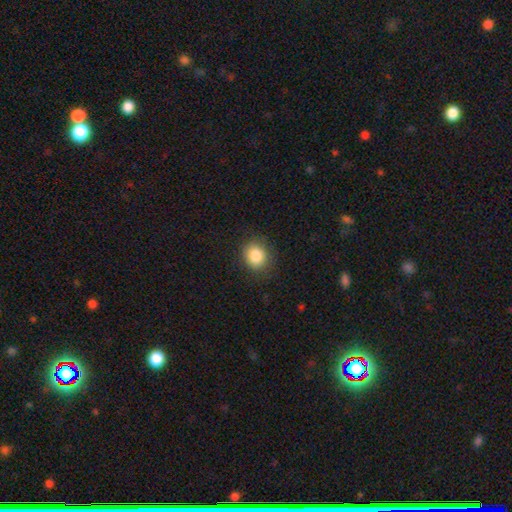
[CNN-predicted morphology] Q: Smooth or featured?
A: smooth (85%); runner-up: star or artifact (10%)
Q: How rounded?
A: round (74%); runner-up: in between (25%)
Q: Merging?
A: none (86%); runner-up: minor disturbance (10%)